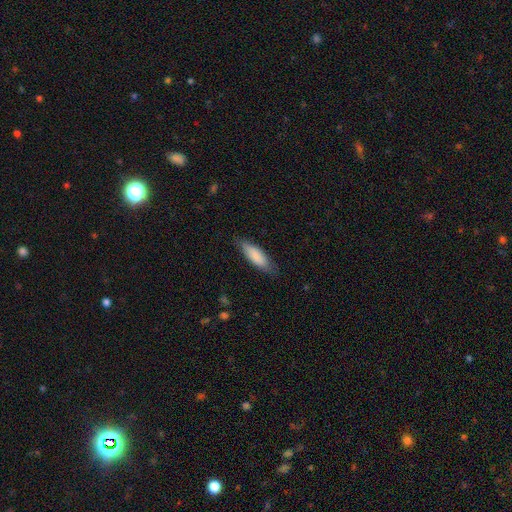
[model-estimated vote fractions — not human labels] smooth 84%, featured or disk 11%, star or artifact 5%. Down the decision tree: how rounded — in between (53%); merging — none (80%).